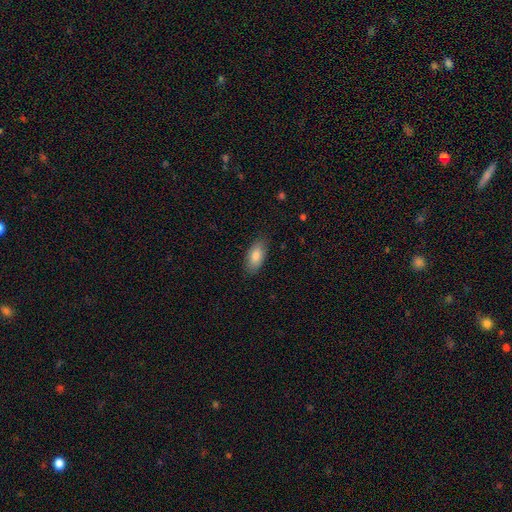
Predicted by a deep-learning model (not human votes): Smooth or featured?
  - smooth: 83% *
  - featured or disk: 11%
  - star or artifact: 6%
How rounded?
  - in between: 89% *
  - cigar-shaped: 8%
  - round: 2%
Merging?
  - none: 84% *
  - minor disturbance: 12%
  - major disturbance: 2%
  - merger: 1%